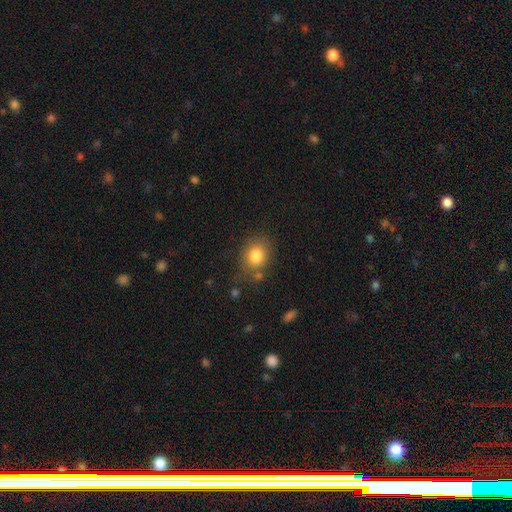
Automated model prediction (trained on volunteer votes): Smooth or featured: smooth — 82% (star or artifact — 10%)
How rounded: round — 57% (in between — 42%)
Merging: none — 71% (minor disturbance — 17%)